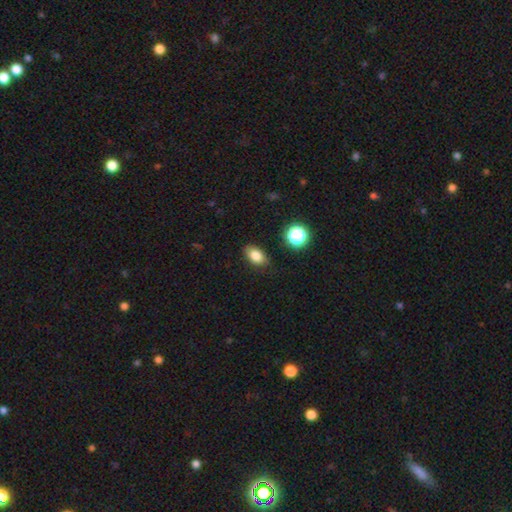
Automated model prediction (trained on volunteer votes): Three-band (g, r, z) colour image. It shows a smooth galaxy with no disk features (82%) that is in between round and cigar-shaped (85%). Merging: none (84%).